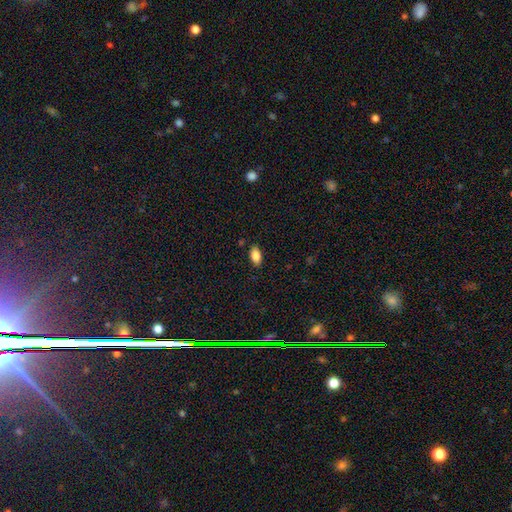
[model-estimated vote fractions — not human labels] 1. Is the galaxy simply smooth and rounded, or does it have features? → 85% smooth, 8% star or artifact, 7% featured or disk.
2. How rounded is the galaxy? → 91% in between, 5% cigar-shaped, 4% round.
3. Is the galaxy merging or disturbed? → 86% none, 10% minor disturbance, 2% major disturbance, 1% merger.